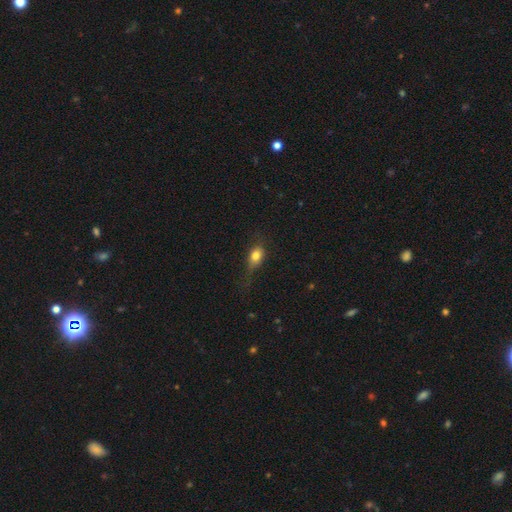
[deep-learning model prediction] The model was most divided on "merging": none: 48%, minor disturbance: 30%, major disturbance: 20%, merger: 2%. More confident: smooth or featured — smooth (77%); how rounded — in between (70%).